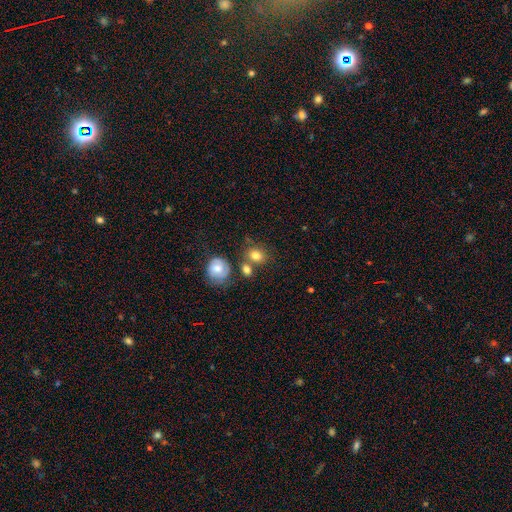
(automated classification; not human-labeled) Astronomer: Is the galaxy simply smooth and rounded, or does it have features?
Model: smooth — 78%.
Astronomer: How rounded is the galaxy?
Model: round — 51% (runner-up: in between, 48%).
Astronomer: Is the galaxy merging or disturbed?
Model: none — 56%.